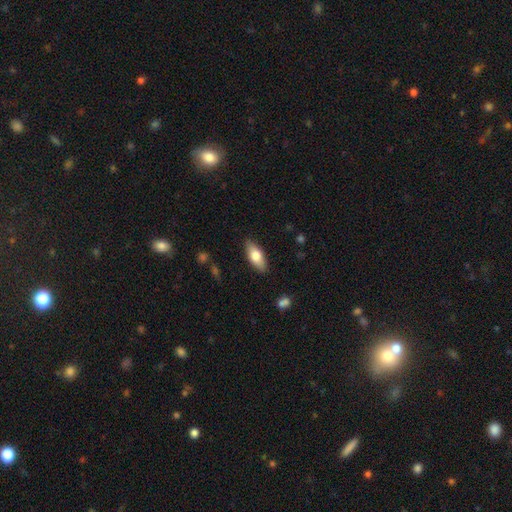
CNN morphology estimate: Q: Smooth or featured?
A: smooth (72%); runner-up: featured or disk (22%)
Q: How rounded?
A: in between (81%); runner-up: cigar-shaped (16%)
Q: Merging?
A: none (86%); runner-up: minor disturbance (11%)